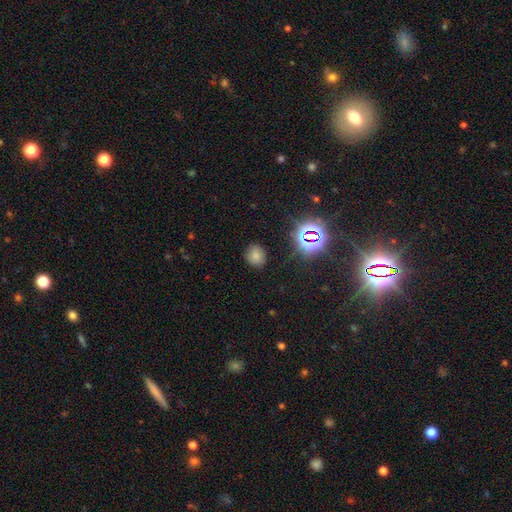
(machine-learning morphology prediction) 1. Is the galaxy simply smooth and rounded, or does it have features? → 72% smooth, 22% star or artifact, 7% featured or disk.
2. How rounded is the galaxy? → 77% round, 22% in between, 1% cigar-shaped.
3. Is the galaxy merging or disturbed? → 84% none, 11% minor disturbance, 3% major disturbance, 2% merger.